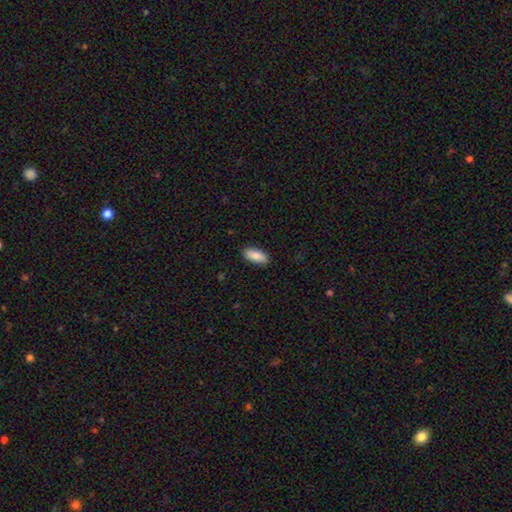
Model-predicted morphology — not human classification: This appears to be a smooth galaxy with no disk features (86%) that is in between round and cigar-shaped (86%). Merging: none (87%).